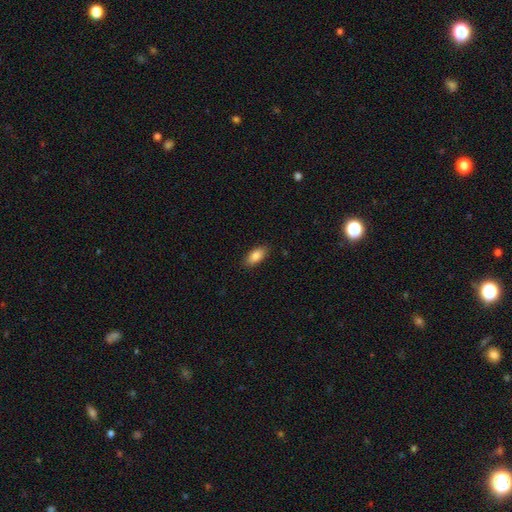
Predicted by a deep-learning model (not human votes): Q: Smooth or featured?
A: smooth (86%); runner-up: featured or disk (7%)
Q: How rounded?
A: in between (89%); runner-up: cigar-shaped (8%)
Q: Merging?
A: none (88%); runner-up: minor disturbance (9%)